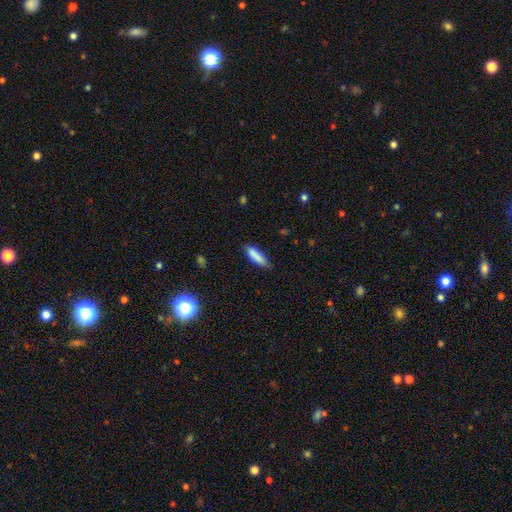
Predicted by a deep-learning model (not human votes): A smooth galaxy with no disk features (86%) that is cigar-shaped (62%).

Vote fractions:
- Smooth or featured? smooth: 86% / featured or disk: 7% / star or artifact: 7%
- How rounded? cigar-shaped: 62% / in between: 36% / round: 2%
- Merging? none: 78% / minor disturbance: 17% / major disturbance: 3% / merger: 2%